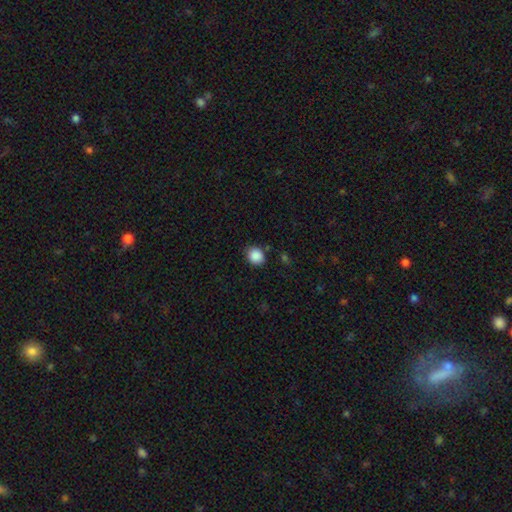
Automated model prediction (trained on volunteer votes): Q: Smooth or featured?
A: smooth (88%); runner-up: star or artifact (9%)
Q: How rounded?
A: round (76%); runner-up: in between (23%)
Q: Merging?
A: none (82%); runner-up: minor disturbance (12%)